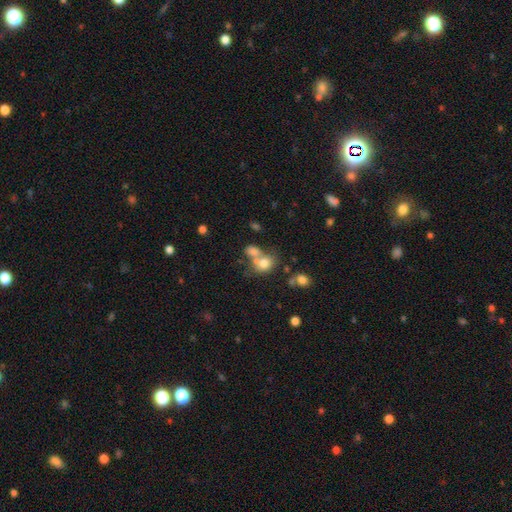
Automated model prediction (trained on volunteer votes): A smooth galaxy with no disk features (71%) that is round (52%). Merging: merger (50%).